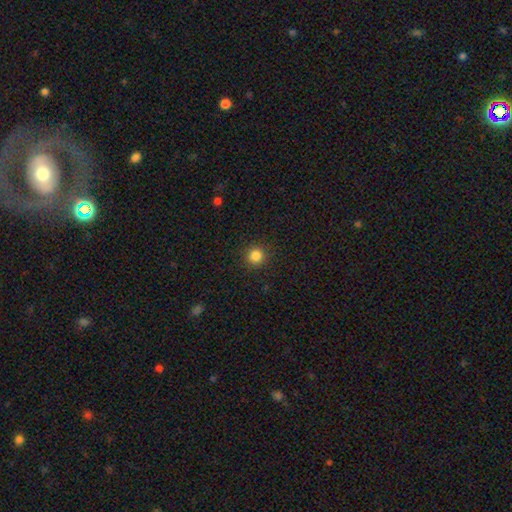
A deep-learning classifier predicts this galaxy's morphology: A smooth galaxy with no disk features (84%) that is round (94%). Merging: none (91%).